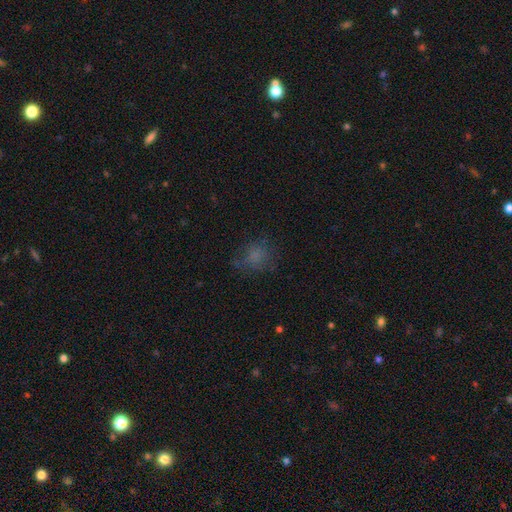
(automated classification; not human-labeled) smooth 67%, star or artifact 19%, featured or disk 14%. Down the decision tree: how rounded — round (67%); merging — none (63%).